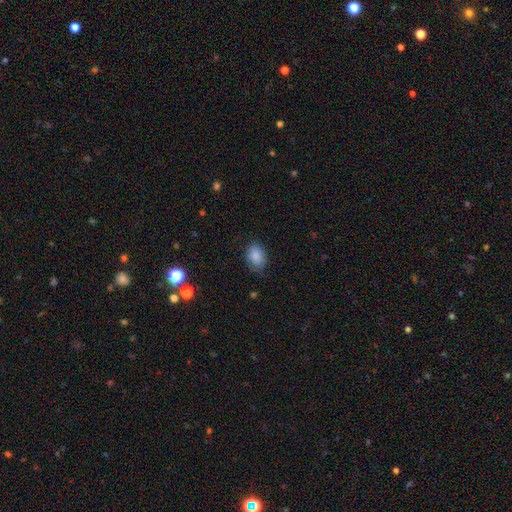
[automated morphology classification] A smooth galaxy with no disk features (85%) that is in between round and cigar-shaped (79%). Merging: none (73%).